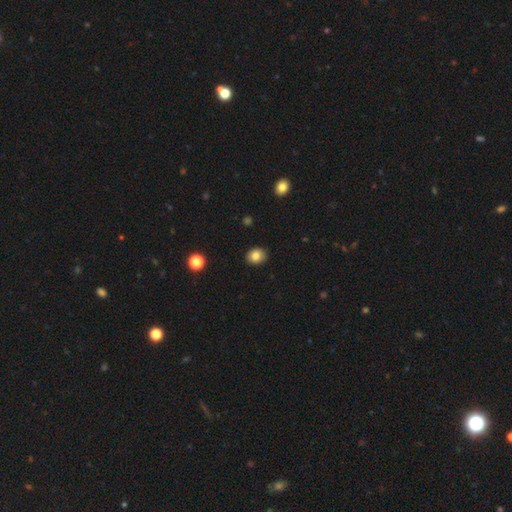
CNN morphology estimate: A smooth galaxy with no disk features (83%) that is round (55%).

Vote fractions:
- Smooth or featured? smooth: 83% / star or artifact: 10% / featured or disk: 7%
- How rounded? round: 55% / in between: 44% / cigar-shaped: 1%
- Merging? none: 88% / minor disturbance: 9% / major disturbance: 2% / merger: 1%